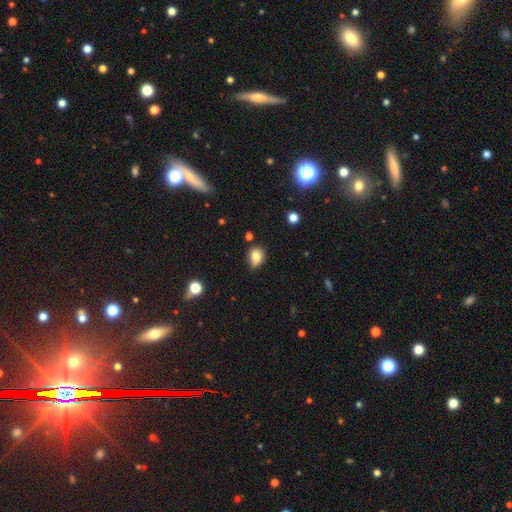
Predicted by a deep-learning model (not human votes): smooth 77%, featured or disk 12%, star or artifact 11%. Down the decision tree: how rounded — round (49%, tied with in between); merging — none (46%).